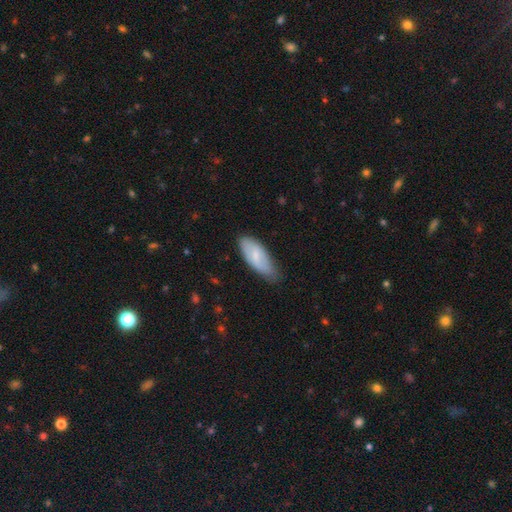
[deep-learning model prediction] Overall: smooth (66%; featured or disk 28%). How rounded: in between (81%). Merging: none (62%; minor disturbance 31%).